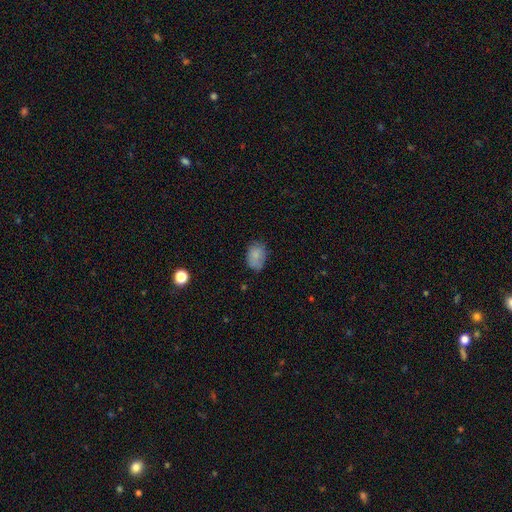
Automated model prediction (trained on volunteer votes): smooth 81%, featured or disk 10%, star or artifact 9%. Down the decision tree: how rounded — in between (77%); merging — none (66%).